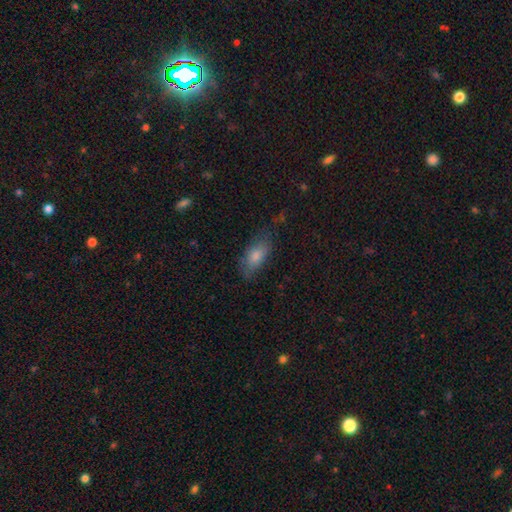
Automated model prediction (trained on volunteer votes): smooth 72%, featured or disk 19%, star or artifact 9%. Down the decision tree: how rounded — in between (80%); merging — none (67%).